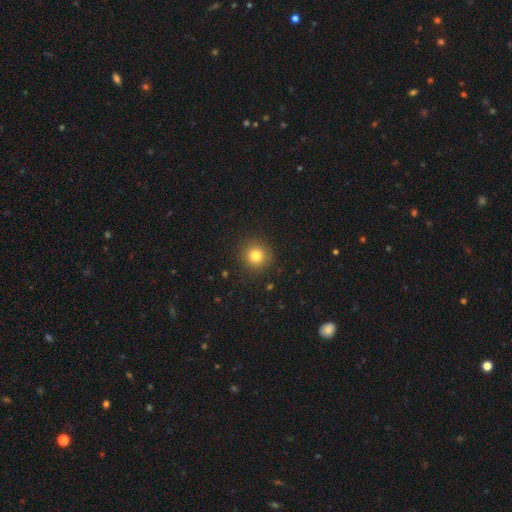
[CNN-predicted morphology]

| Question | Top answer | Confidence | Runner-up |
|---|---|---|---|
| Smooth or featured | smooth | 80% | star or artifact (12%) |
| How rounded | round | 94% | in between (6%) |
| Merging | none | 90% | minor disturbance (6%) |